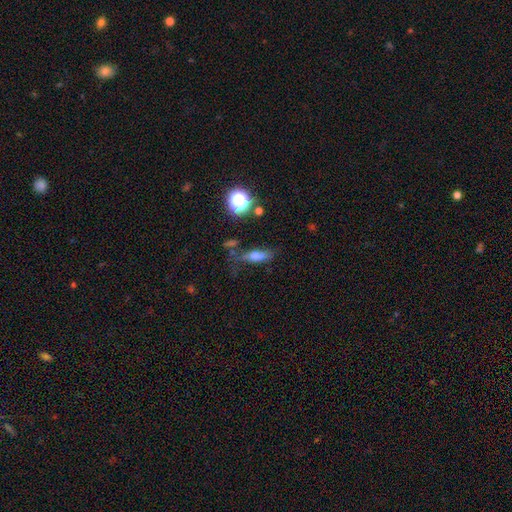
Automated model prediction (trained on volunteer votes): A smooth galaxy with no disk features (60%) that is in between round and cigar-shaped (51%). Merging: none (55%).